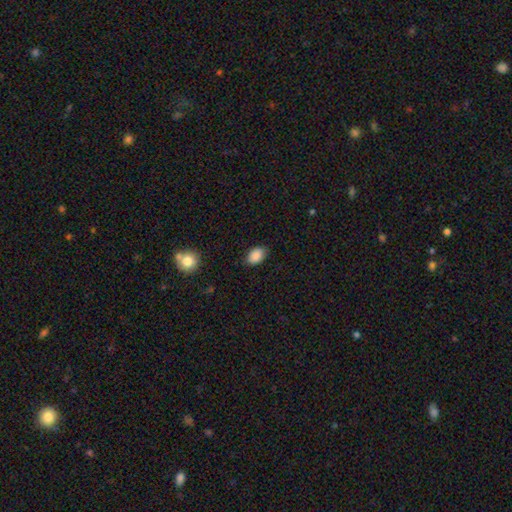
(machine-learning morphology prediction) Smooth or featured? Predicted: smooth (p=0.88). How rounded? Predicted: in between (p=0.84). Merging? Predicted: none (p=0.81).